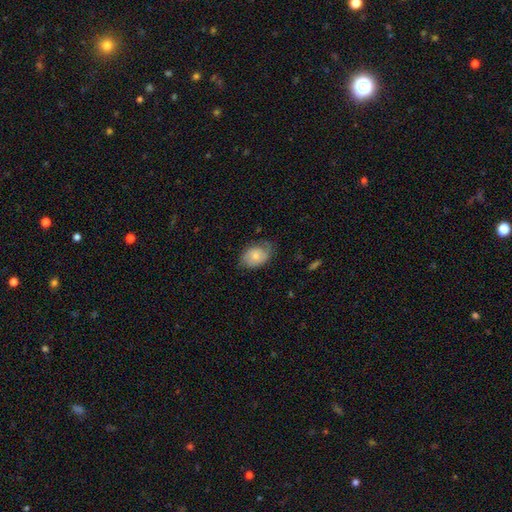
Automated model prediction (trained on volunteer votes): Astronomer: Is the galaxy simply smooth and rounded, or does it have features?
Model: smooth — 67%.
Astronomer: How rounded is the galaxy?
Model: in between — 76%.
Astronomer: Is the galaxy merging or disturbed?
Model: none — 62%.